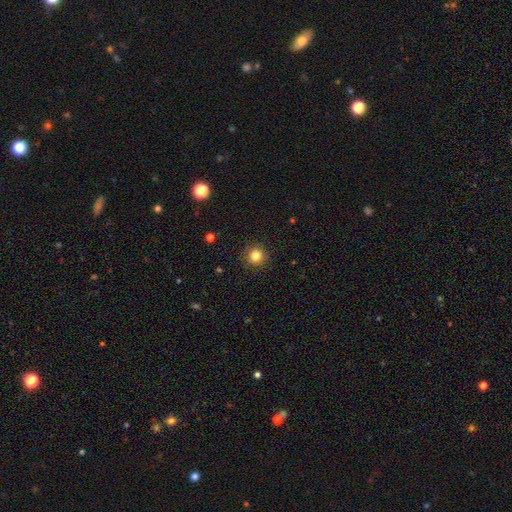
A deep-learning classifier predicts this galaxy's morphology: type=smooth (82%); roundness=round (94%); merging=none (91%).